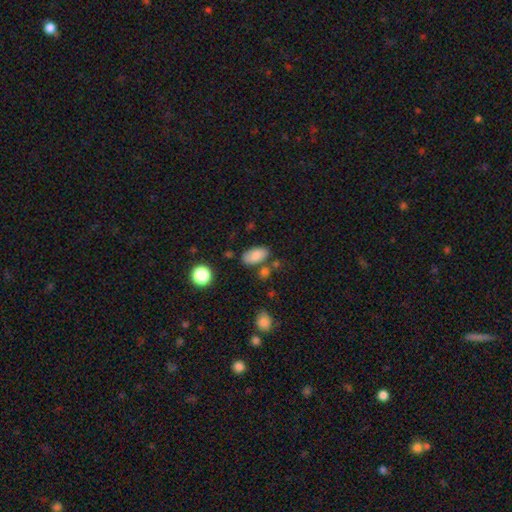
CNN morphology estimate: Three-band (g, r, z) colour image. It shows a smooth galaxy with no disk features (82%) that is in between round and cigar-shaped (93%). Merging: none (73%).